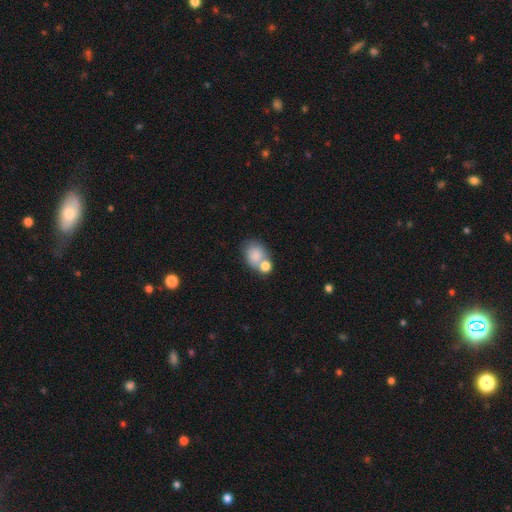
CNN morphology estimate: type=smooth (81%); roundness=in between (57%); merging=none (41%).